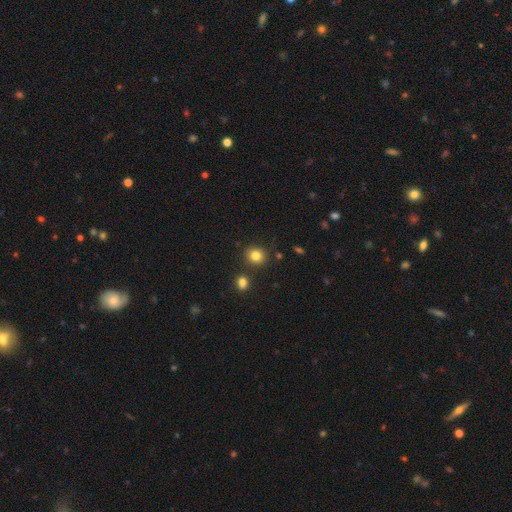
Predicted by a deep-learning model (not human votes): Overall: smooth (83%). How rounded: round (81%). Merging: none (84%).